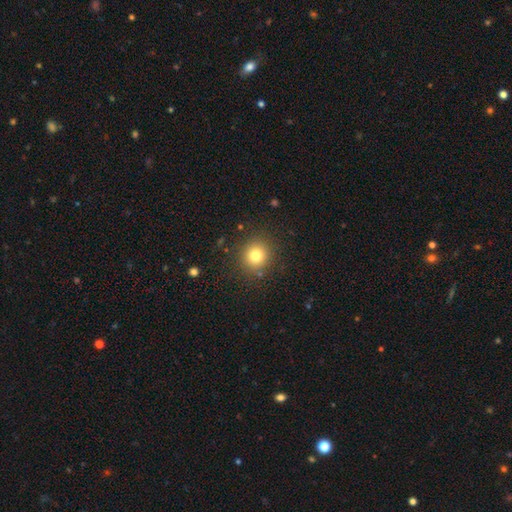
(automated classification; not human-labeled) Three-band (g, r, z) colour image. It shows a smooth galaxy with no disk features (79%) that is round (90%). Merging: none (88%).